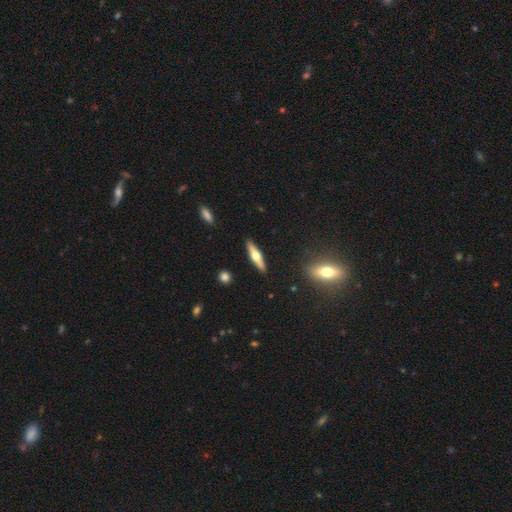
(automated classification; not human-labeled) Overall: featured or disk (57%; smooth 37%). Edge-on disk: yes (95%). Edge-on bulge: rounded (94%). Merging: none (90%).